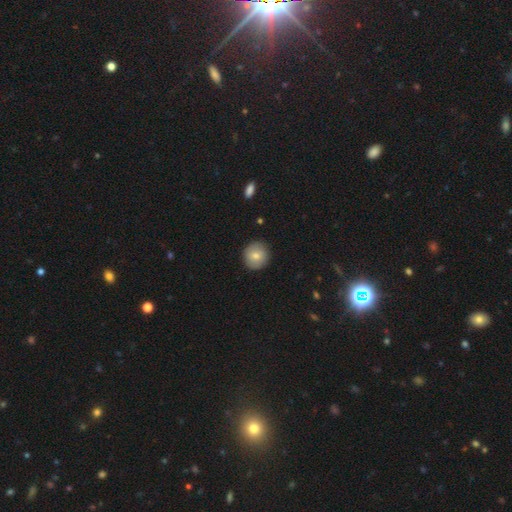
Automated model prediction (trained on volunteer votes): This is likely a smooth galaxy (74%). How rounded: clearly round (92%). Merging: clearly none (89%).